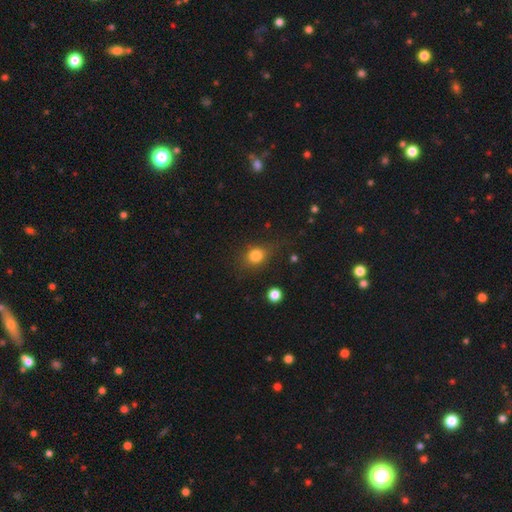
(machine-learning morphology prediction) The model was most divided on "how rounded": round: 64%, in between: 35%, cigar-shaped: 2%. More confident: smooth or featured — smooth (81%); merging — none (70%).